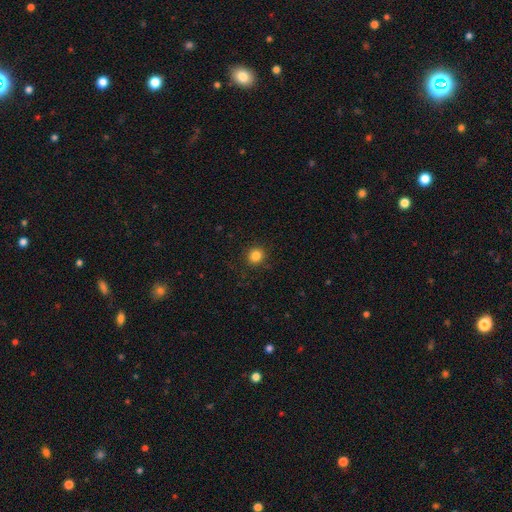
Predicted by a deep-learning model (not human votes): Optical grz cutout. It shows a smooth galaxy with no disk features (84%) that is round (90%). Merging: none (90%).